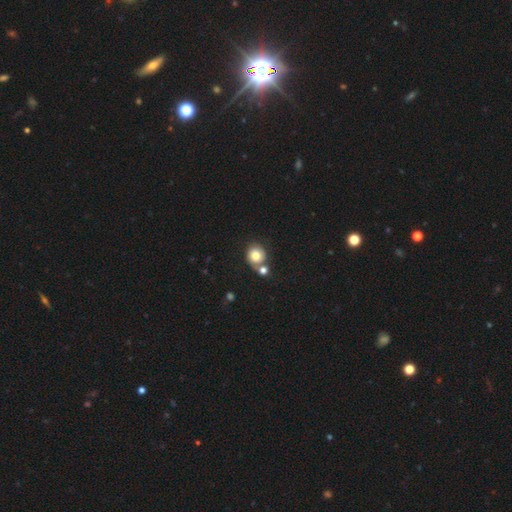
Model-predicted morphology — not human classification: smooth-or-featured: smooth: 77% | featured or disk: 13% | star or artifact: 10%
  how-rounded: round: 80% | in between: 19% | cigar-shaped: 1%
  merging: none: 54% | merger: 31% | minor disturbance: 11% | major disturbance: 4%